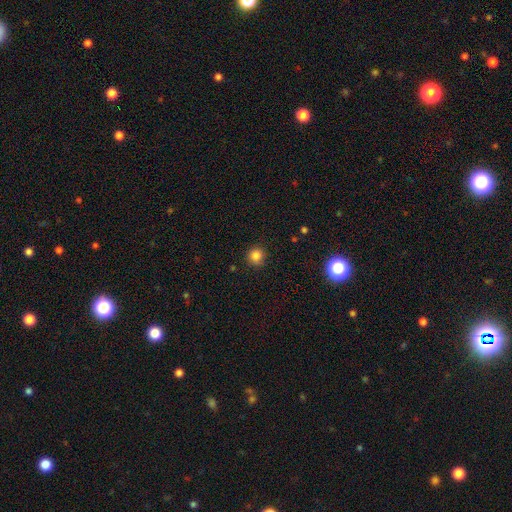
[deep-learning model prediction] The model was most divided on "smooth or featured": smooth: 84%, star or artifact: 12%, featured or disk: 4%. More confident: how rounded — round (92%); merging — none (84%).